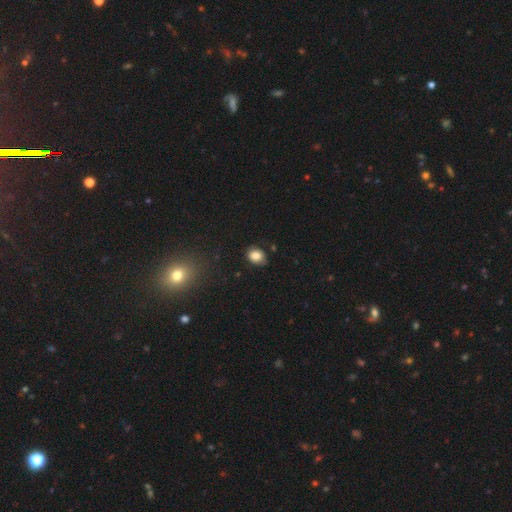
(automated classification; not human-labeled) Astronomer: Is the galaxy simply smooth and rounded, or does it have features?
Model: smooth — 82%.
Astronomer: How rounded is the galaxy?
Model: in between — 54% (runner-up: round, 45%).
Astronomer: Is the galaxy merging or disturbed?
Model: none — 72%.